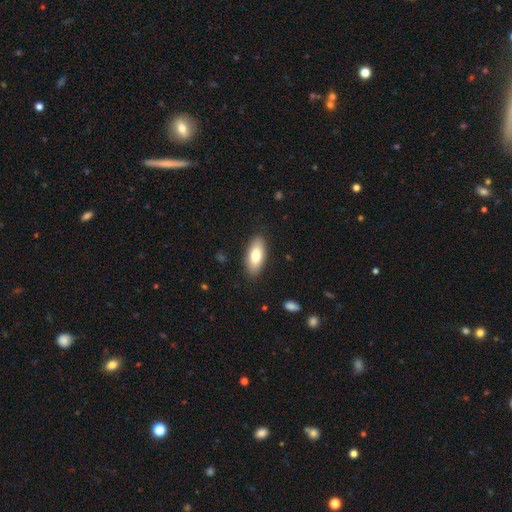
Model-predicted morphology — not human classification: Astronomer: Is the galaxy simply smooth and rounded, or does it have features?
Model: smooth — 77%.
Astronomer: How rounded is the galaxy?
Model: in between — 83%.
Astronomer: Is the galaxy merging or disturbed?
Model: none — 87%.